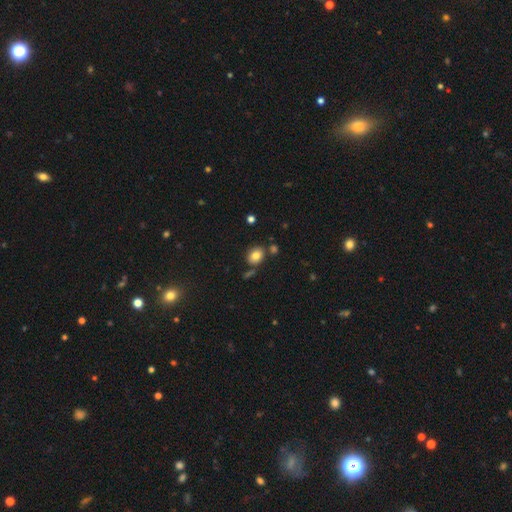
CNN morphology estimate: A smooth galaxy with no disk features (80%) that is round (50%).

Vote fractions:
- Smooth or featured? smooth: 80% / star or artifact: 11% / featured or disk: 9%
- How rounded? round: 50% / in between: 49% / cigar-shaped: 1%
- Merging? none: 76% / minor disturbance: 12% / merger: 9% / major disturbance: 3%